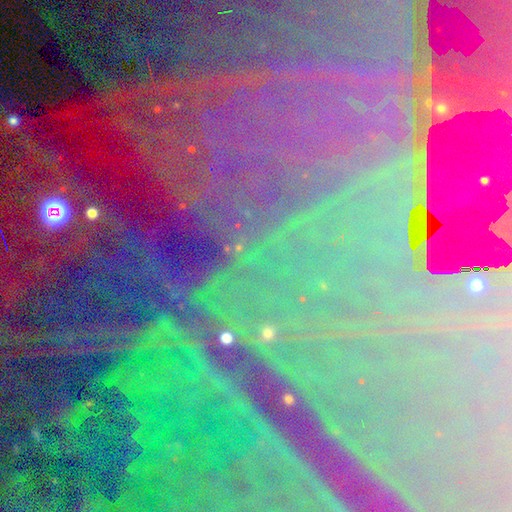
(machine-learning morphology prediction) This appears to be a star or artifact, not a galaxy (88%).